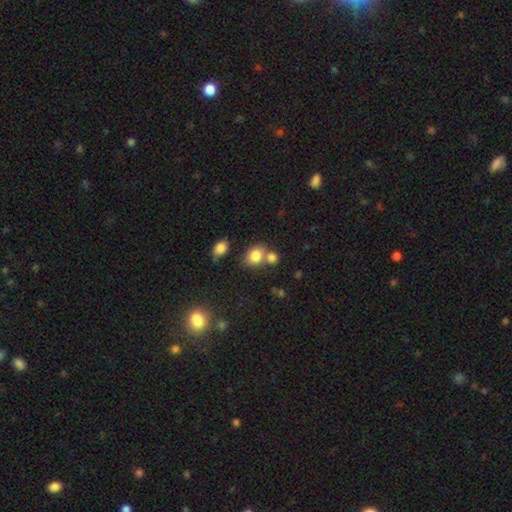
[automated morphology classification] Overall: smooth (81%). How rounded: round (50%; in between 49%). Merging: none (50%; merger 34%).